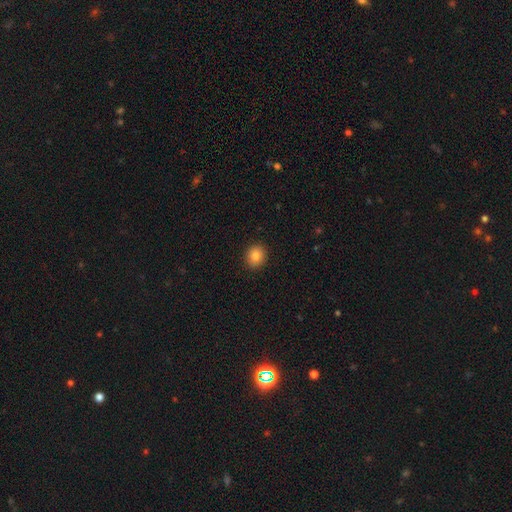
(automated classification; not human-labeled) smooth 84%, star or artifact 10%, featured or disk 7%. Down the decision tree: how rounded — round (78%); merging — none (91%).